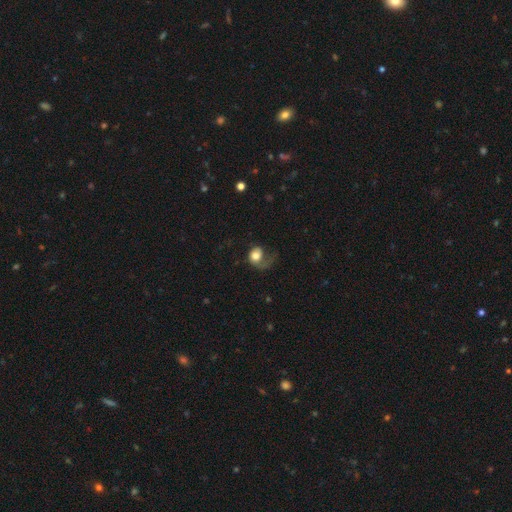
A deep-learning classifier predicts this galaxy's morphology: The model was most divided on "smooth or featured": smooth: 56%, featured or disk: 36%, star or artifact: 8%. More confident: how rounded — round (62%); merging — major disturbance (51%).